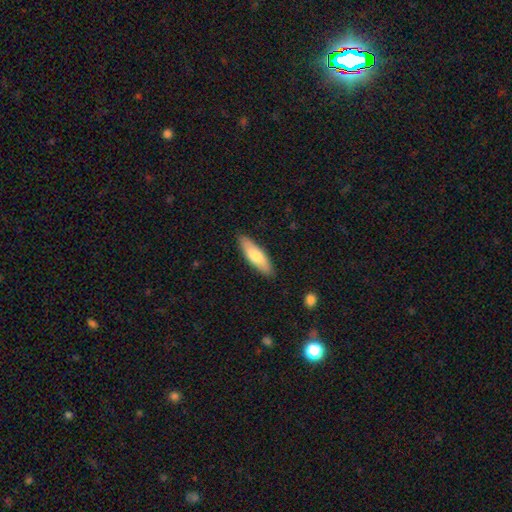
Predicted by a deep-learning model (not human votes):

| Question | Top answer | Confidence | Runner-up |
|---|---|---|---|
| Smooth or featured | smooth | 73% | featured or disk (22%) |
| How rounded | in between | 50% | cigar-shaped (48%) |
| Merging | none | 88% | minor disturbance (9%) |